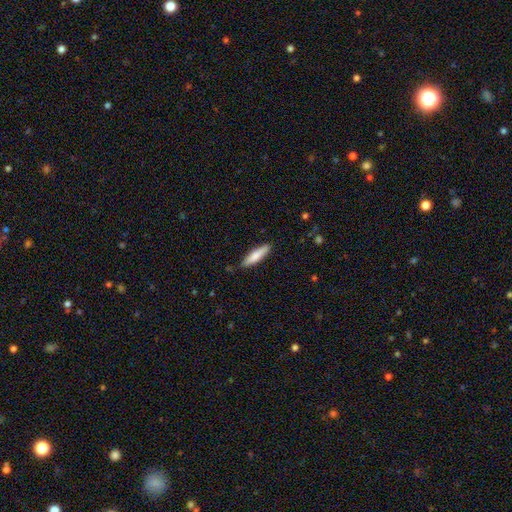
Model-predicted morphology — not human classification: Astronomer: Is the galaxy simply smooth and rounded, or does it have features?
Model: smooth — 74%.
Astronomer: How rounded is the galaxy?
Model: cigar-shaped — 78%.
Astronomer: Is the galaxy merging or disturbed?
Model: none — 85%.